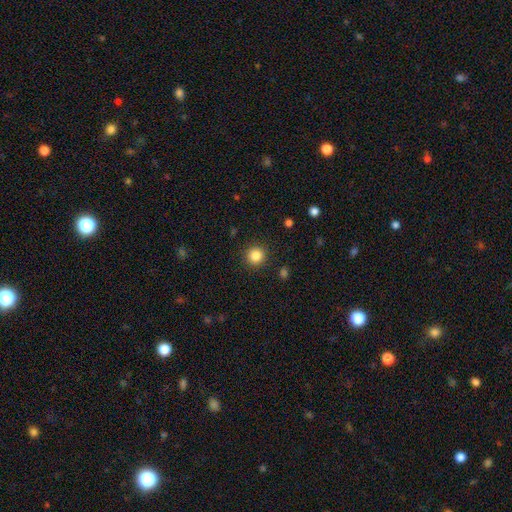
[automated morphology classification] Smooth or featured?
  - smooth: 85% *
  - star or artifact: 11%
  - featured or disk: 4%
How rounded?
  - round: 92% *
  - in between: 7%
  - cigar-shaped: 1%
Merging?
  - none: 91% *
  - minor disturbance: 6%
  - major disturbance: 2%
  - merger: 1%